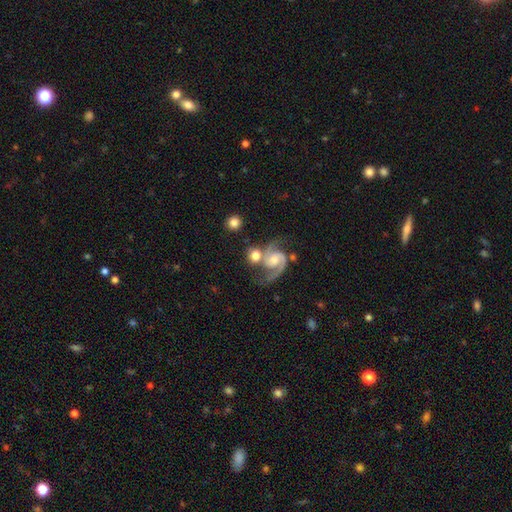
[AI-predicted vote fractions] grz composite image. It shows a featured or disk galaxy (68%) with no bar (53%), 2 (88%) medium (56%) spiral arms (95%) and a moderate central bulge (50%). Merging: none (46%).